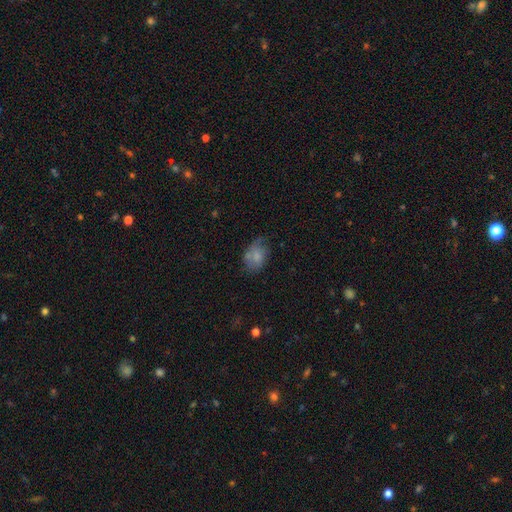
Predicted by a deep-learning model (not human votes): Smooth or featured: smooth — 71% (featured or disk — 19%)
How rounded: in between — 78% (round — 20%)
Merging: none — 46% (minor disturbance — 32%)